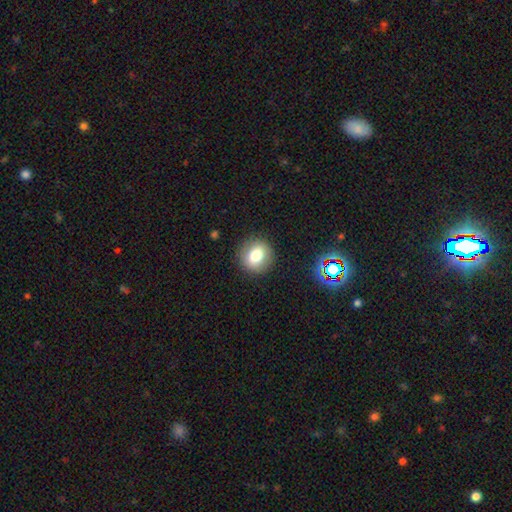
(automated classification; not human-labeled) Smooth or featured? smooth (75%)
How rounded? round (86%)
Merging? none (89%)